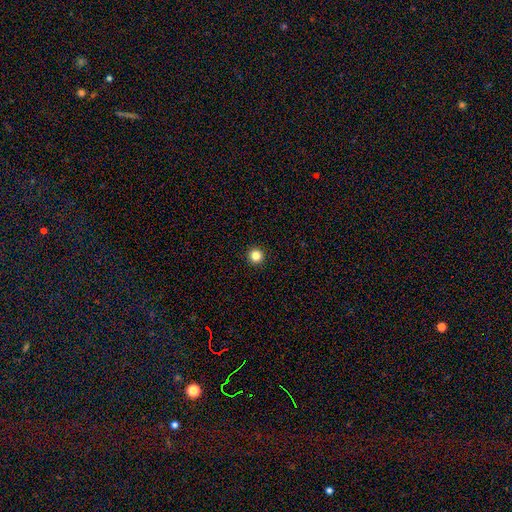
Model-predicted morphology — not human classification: Q: Smooth or featured?
A: smooth (84%); runner-up: star or artifact (12%)
Q: How rounded?
A: round (96%); runner-up: in between (3%)
Q: Merging?
A: none (94%); runner-up: minor disturbance (3%)